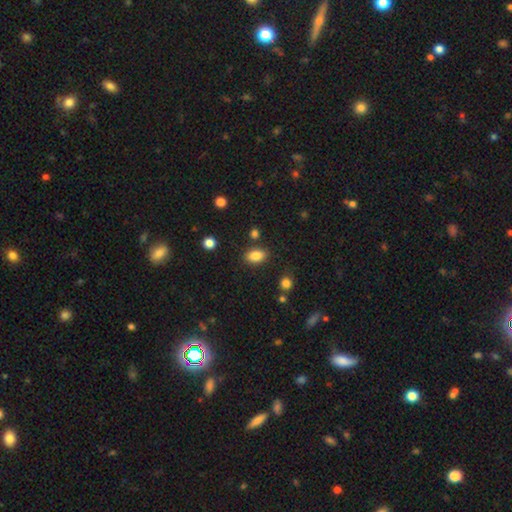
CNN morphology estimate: smooth_or_featured: smooth (p=0.85) [alt: star or artifact p=0.09]
how_rounded: in between (p=0.87) [alt: round p=0.11]
merging: none (p=0.83) [alt: minor disturbance p=0.10]